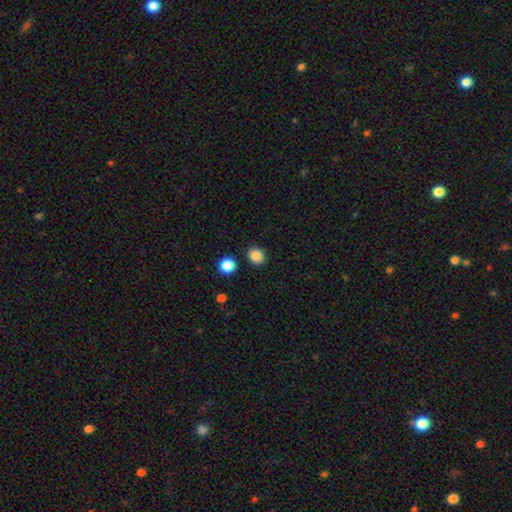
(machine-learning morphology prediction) Smooth or featured?
  - smooth: 86% *
  - star or artifact: 11%
  - featured or disk: 4%
How rounded?
  - round: 70% *
  - in between: 30%
  - cigar-shaped: 1%
Merging?
  - none: 87% *
  - minor disturbance: 8%
  - merger: 3%
  - major disturbance: 2%